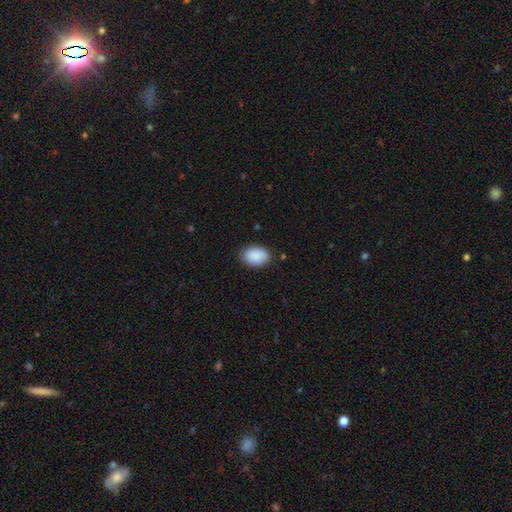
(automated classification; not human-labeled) smooth-or-featured: smooth: 90% | star or artifact: 6% | featured or disk: 3%
  how-rounded: in between: 85% | round: 14% | cigar-shaped: 1%
  merging: none: 84% | minor disturbance: 13% | major disturbance: 2% | merger: 1%